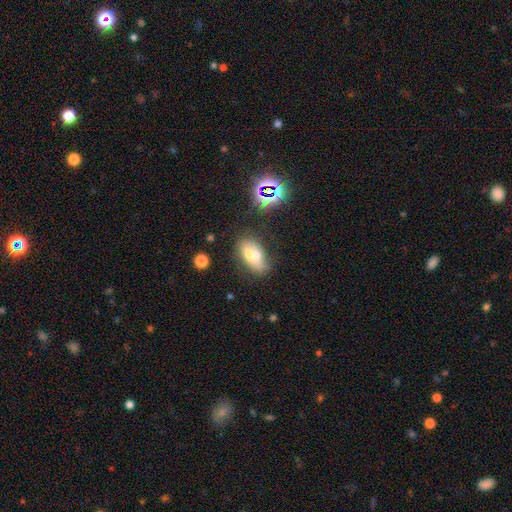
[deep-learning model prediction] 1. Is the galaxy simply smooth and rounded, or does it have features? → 55% smooth, 32% featured or disk, 13% star or artifact.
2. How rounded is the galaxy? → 81% in between, 13% round, 6% cigar-shaped.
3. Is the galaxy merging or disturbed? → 46% merger, 34% none, 13% minor disturbance, 7% major disturbance.